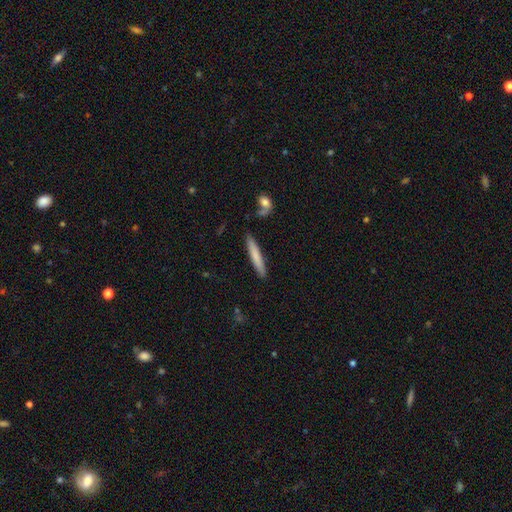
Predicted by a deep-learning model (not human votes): Smooth or featured: smooth — 72% (featured or disk — 23%)
How rounded: cigar-shaped — 95% (in between — 4%)
Merging: none — 88% (minor disturbance — 8%)